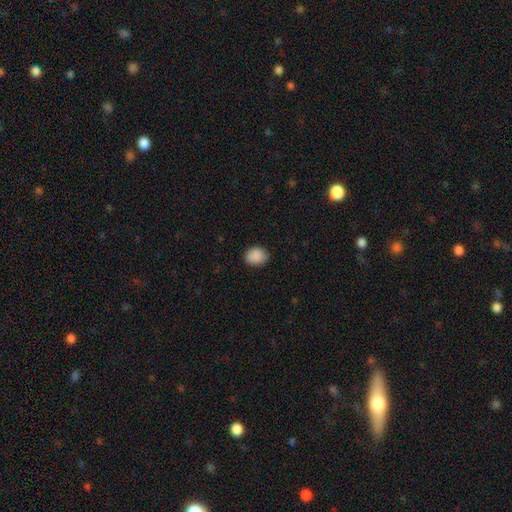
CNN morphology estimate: A smooth galaxy with no disk features (89%) that is in between round and cigar-shaped (54%). Merging: none (83%).